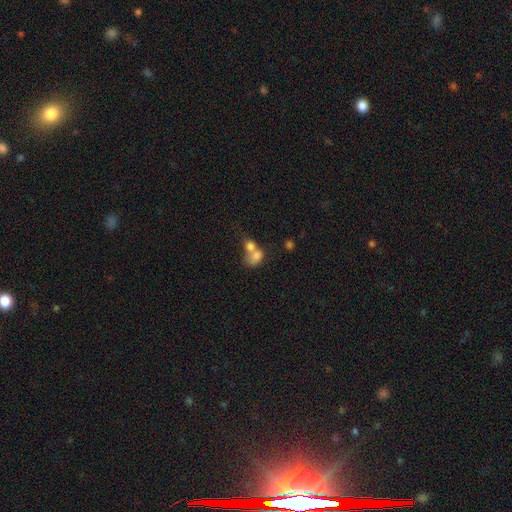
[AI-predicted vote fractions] Smooth or featured? Predicted: smooth (p=0.75). How rounded? Predicted: in between (p=0.65). Merging? Predicted: merger (p=0.69).